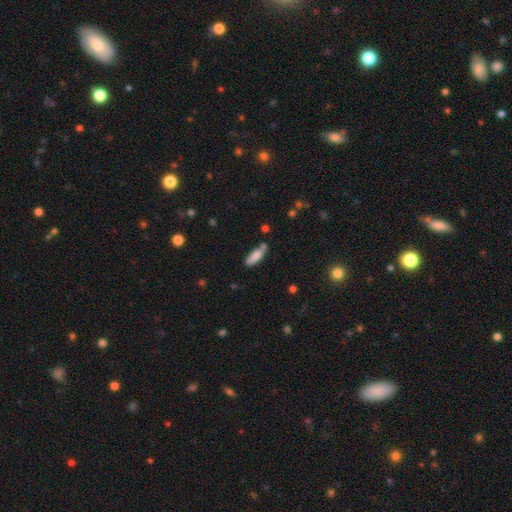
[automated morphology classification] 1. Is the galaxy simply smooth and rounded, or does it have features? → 79% smooth, 14% featured or disk, 7% star or artifact.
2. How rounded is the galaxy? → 58% in between, 40% cigar-shaped, 2% round.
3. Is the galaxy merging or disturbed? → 66% none, 21% minor disturbance, 9% merger, 4% major disturbance.